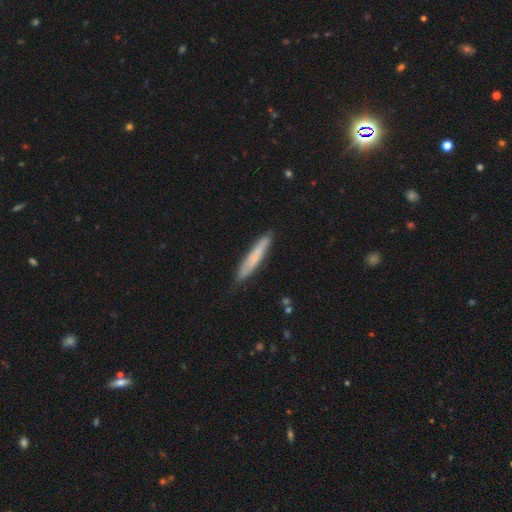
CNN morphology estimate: This is likely a smooth galaxy (69%). How rounded: clearly cigar-shaped (93%). Merging: clearly none (84%).